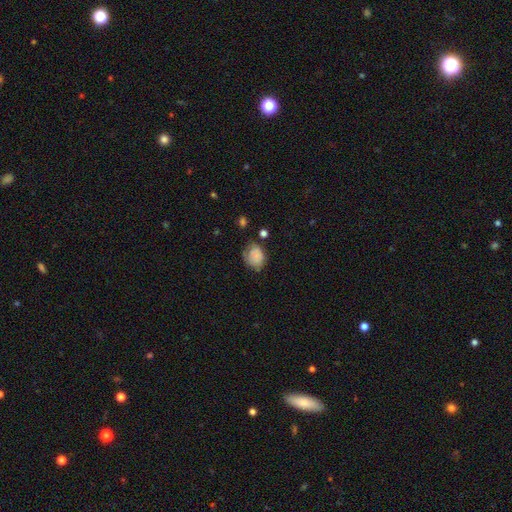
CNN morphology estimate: smooth-or-featured: smooth: 78% | featured or disk: 12% | star or artifact: 10%
  how-rounded: round: 54% | in between: 45% | cigar-shaped: 1%
  merging: none: 56% | minor disturbance: 30% | major disturbance: 11% | merger: 4%